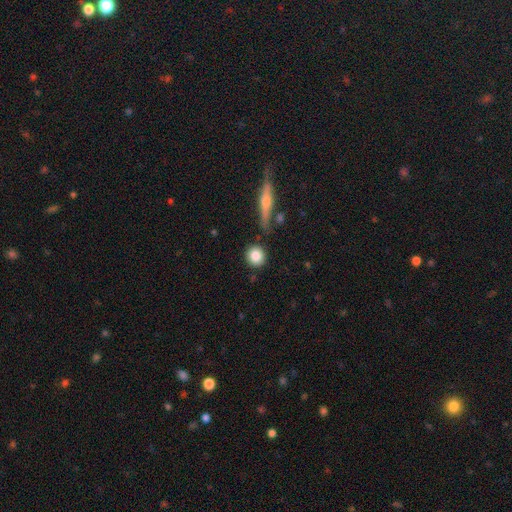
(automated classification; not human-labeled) smooth-or-featured: smooth: 84% | featured or disk: 8% | star or artifact: 8%
  how-rounded: round: 86% | in between: 12% | cigar-shaped: 2%
  merging: none: 83% | minor disturbance: 9% | merger: 5% | major disturbance: 3%